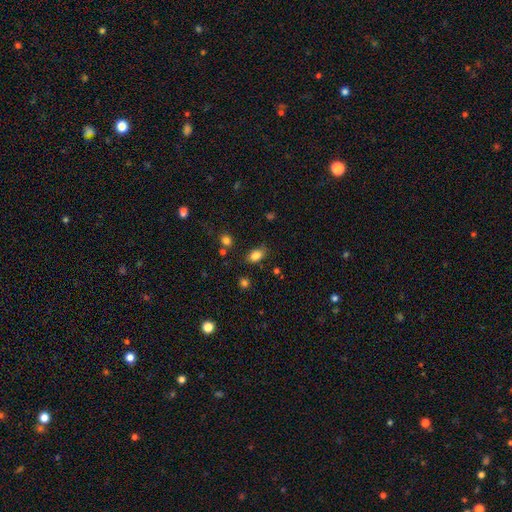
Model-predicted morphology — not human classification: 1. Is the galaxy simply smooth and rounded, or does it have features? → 82% smooth, 10% star or artifact, 8% featured or disk.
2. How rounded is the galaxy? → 83% in between, 15% round, 2% cigar-shaped.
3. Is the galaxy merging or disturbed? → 73% none, 20% minor disturbance, 4% major disturbance, 3% merger.